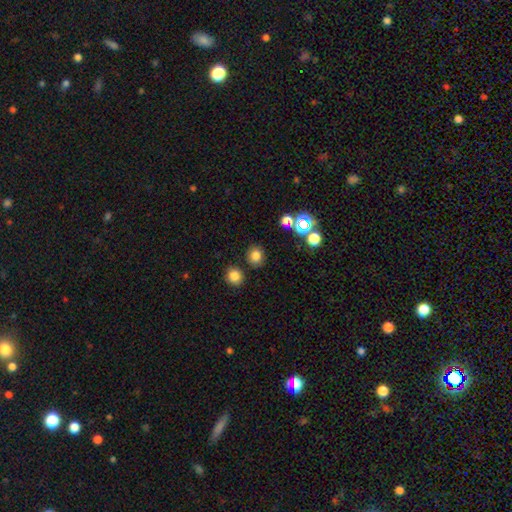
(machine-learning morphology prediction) Smooth or featured: smooth — 79% (star or artifact — 16%)
How rounded: round — 77% (in between — 22%)
Merging: none — 85% (minor disturbance — 8%)